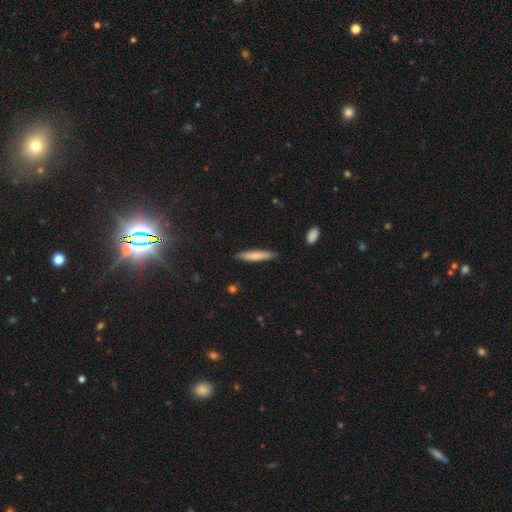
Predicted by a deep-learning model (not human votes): Overall: smooth (72%). How rounded: cigar-shaped (89%). Merging: none (88%).